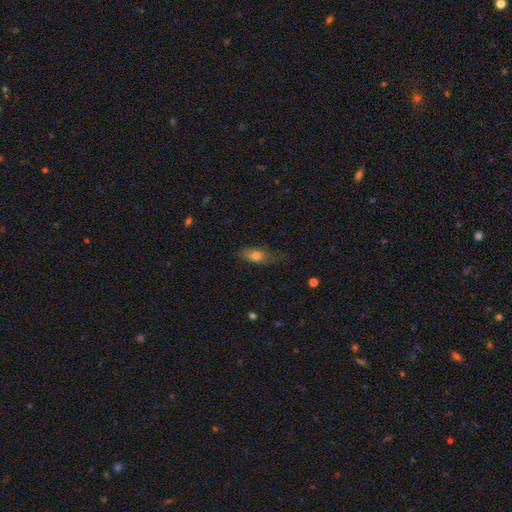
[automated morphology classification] Q: Smooth or featured?
A: smooth (71%); runner-up: featured or disk (20%)
Q: How rounded?
A: in between (74%); runner-up: cigar-shaped (20%)
Q: Merging?
A: none (62%); runner-up: minor disturbance (27%)